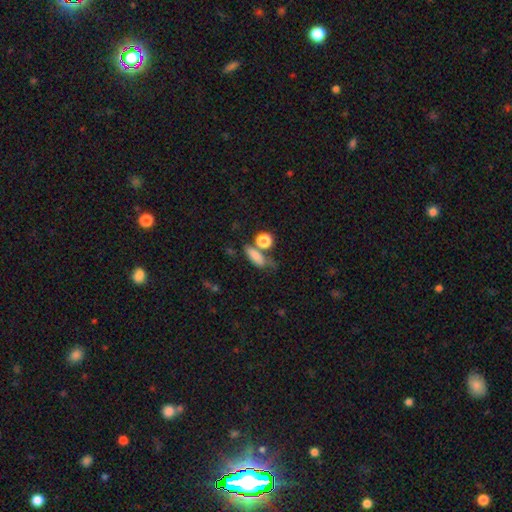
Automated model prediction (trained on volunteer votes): A smooth galaxy with no disk features (78%) that is in between round and cigar-shaped (64%). Merging: none (48%).